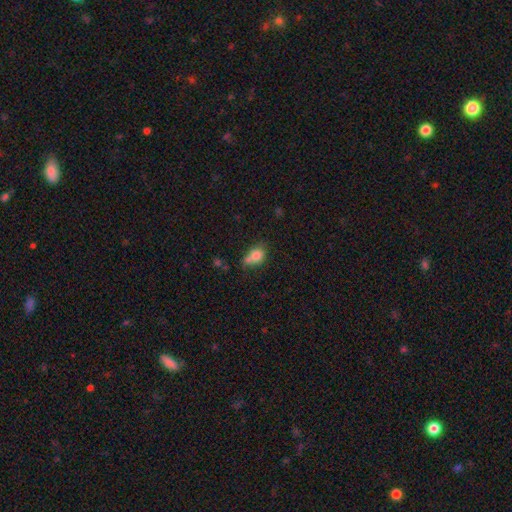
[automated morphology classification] type=smooth (78%); roundness=in between (54%); merging=none (39%).